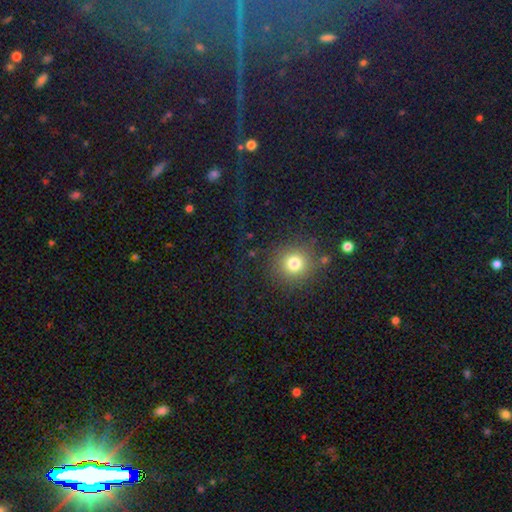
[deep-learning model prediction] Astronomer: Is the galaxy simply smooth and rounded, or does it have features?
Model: smooth — 46% (runner-up: star or artifact, 45%).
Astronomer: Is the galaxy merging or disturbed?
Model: none — 89%.